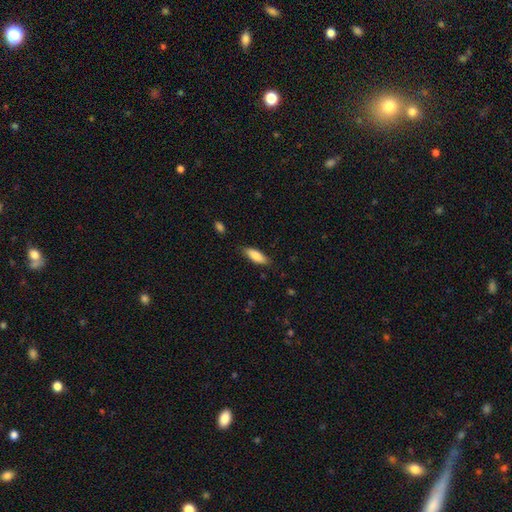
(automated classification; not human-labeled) A smooth galaxy with no disk features (85%) that is in between round and cigar-shaped (65%). Merging: none (81%).